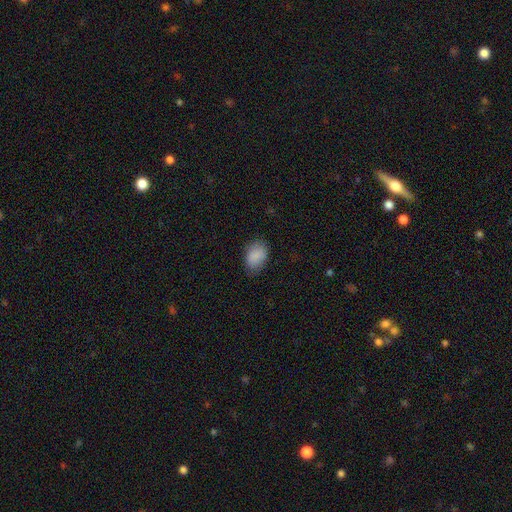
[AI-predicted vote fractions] Smooth or featured?
  - smooth: 87% *
  - star or artifact: 7%
  - featured or disk: 5%
How rounded?
  - in between: 84% *
  - round: 15%
  - cigar-shaped: 1%
Merging?
  - none: 73% *
  - minor disturbance: 22%
  - major disturbance: 5%
  - merger: 1%